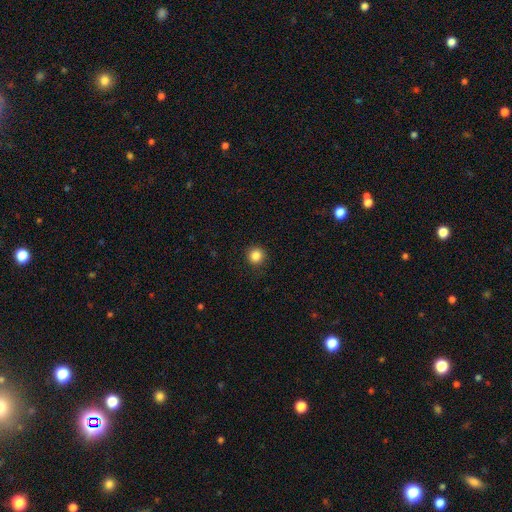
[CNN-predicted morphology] type=smooth (85%); roundness=round (95%); merging=none (91%).